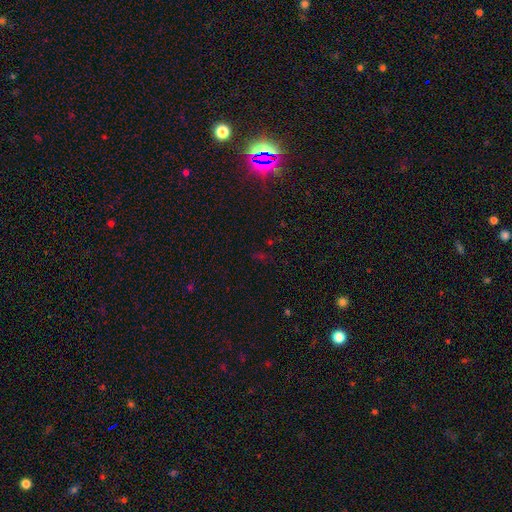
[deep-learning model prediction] Q: Smooth or featured?
A: star or artifact (68%); runner-up: smooth (24%)